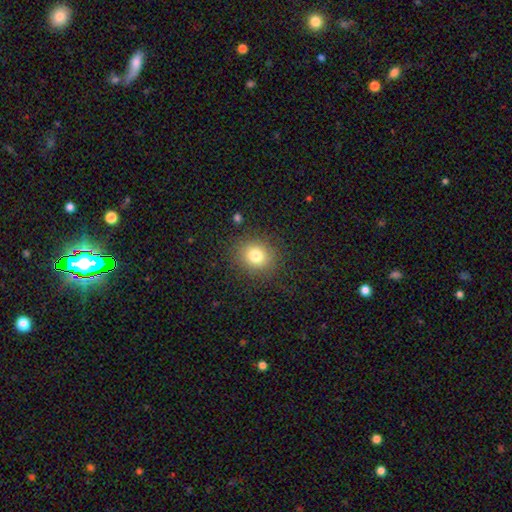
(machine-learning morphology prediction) This appears to be a smooth galaxy with no disk features (78%) that is round (80%). Merging: none (87%).